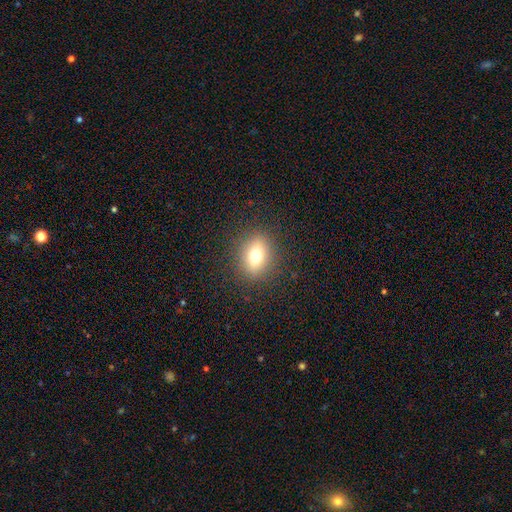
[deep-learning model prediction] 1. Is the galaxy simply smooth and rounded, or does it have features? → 69% smooth, 19% featured or disk, 12% star or artifact.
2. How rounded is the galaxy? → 52% in between, 44% round, 3% cigar-shaped.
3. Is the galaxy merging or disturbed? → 87% none, 8% minor disturbance, 3% major disturbance, 1% merger.